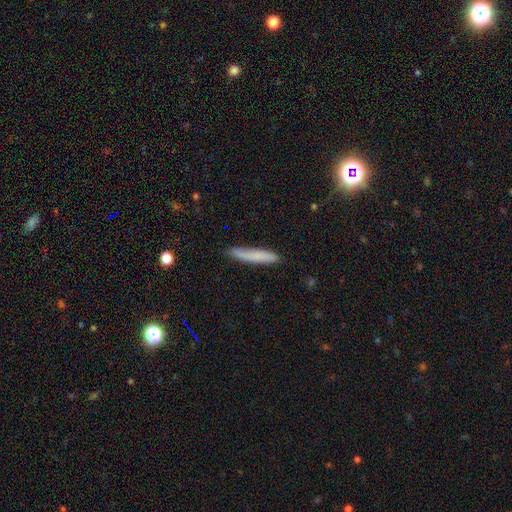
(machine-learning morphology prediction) The model was most divided on "smooth or featured": smooth: 74%, featured or disk: 19%, star or artifact: 7%. More confident: how rounded — cigar-shaped (93%); merging — none (82%).